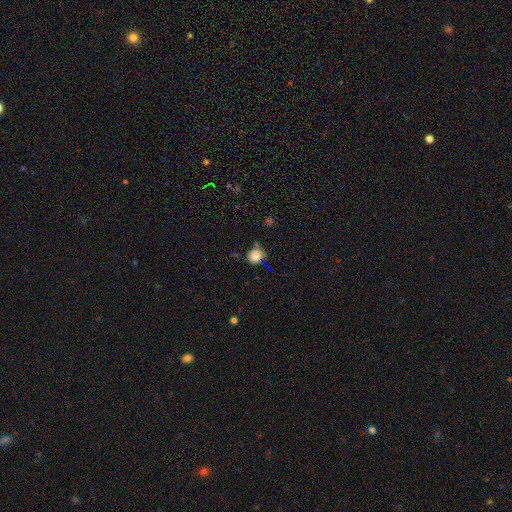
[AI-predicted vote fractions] smooth_or_featured: smooth (p=0.78) [alt: star or artifact p=0.16]
how_rounded: round (p=0.79) [alt: in between p=0.19]
merging: none (p=0.67) [alt: minor disturbance p=0.19]